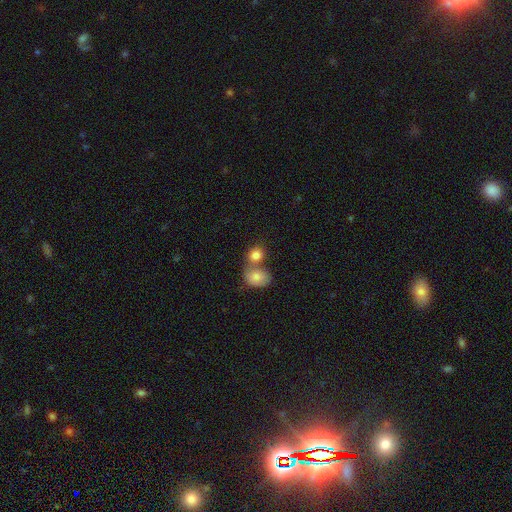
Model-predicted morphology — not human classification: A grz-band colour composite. It shows a smooth galaxy with no disk features (83%) that is round (61%). Merging: merger (54%).